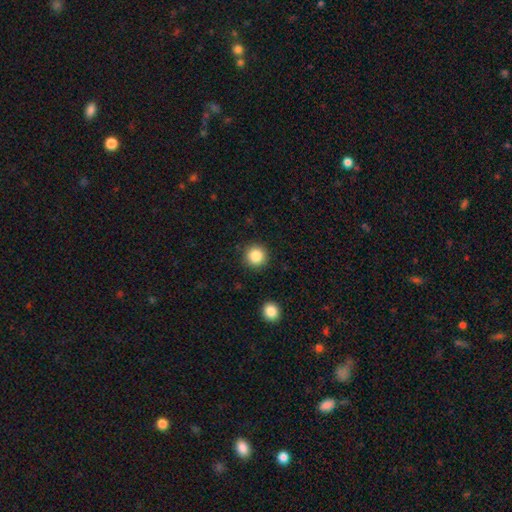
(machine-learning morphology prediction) Smooth or featured?
  - smooth: 86% *
  - star or artifact: 10%
  - featured or disk: 5%
How rounded?
  - round: 95% *
  - in between: 4%
  - cigar-shaped: 1%
Merging?
  - none: 90% *
  - minor disturbance: 6%
  - major disturbance: 2%
  - merger: 2%